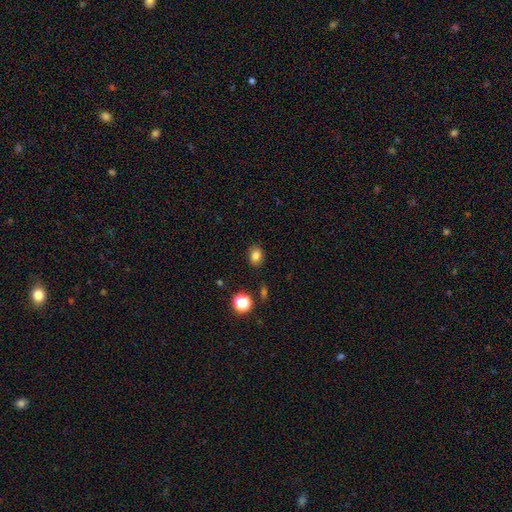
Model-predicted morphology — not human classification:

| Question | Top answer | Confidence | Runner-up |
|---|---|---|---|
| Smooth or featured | smooth | 81% | star or artifact (12%) |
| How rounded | in between | 54% | round (45%) |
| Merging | none | 85% | minor disturbance (11%) |